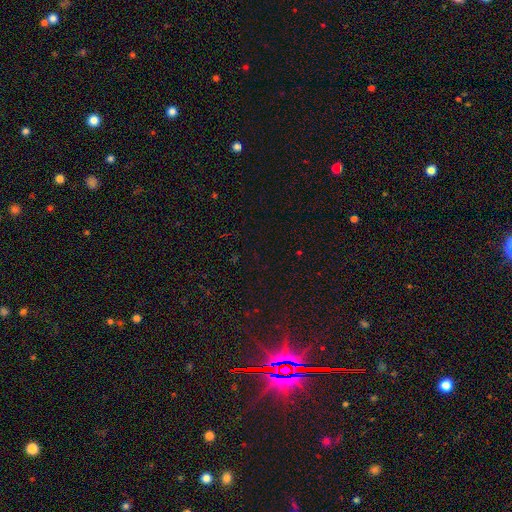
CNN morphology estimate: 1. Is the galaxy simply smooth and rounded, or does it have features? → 71% star or artifact, 22% smooth, 7% featured or disk.